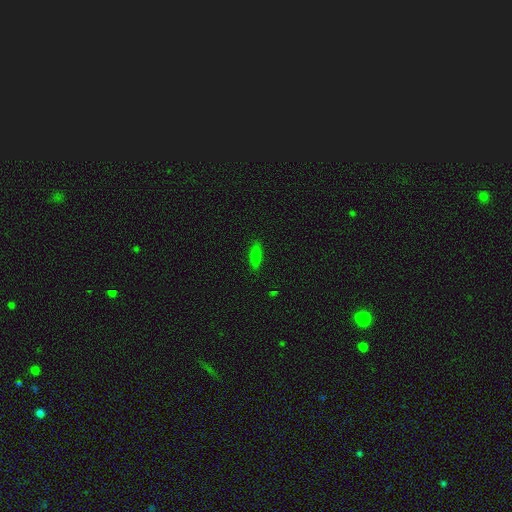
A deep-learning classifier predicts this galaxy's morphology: Smooth or featured: smooth — 75% (featured or disk — 14%)
How rounded: cigar-shaped — 53% (in between — 44%)
Merging: none — 88% (minor disturbance — 9%)